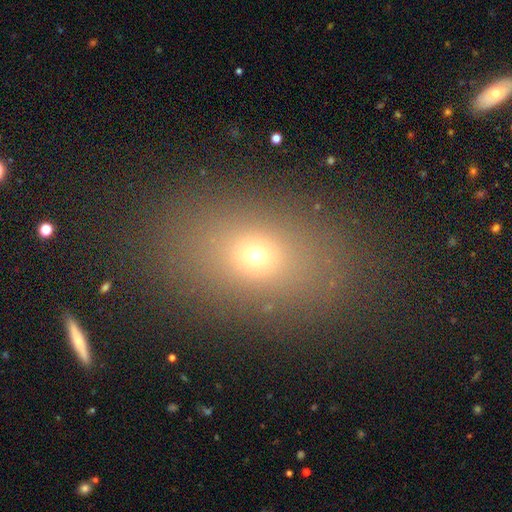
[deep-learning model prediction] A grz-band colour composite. It shows a smooth galaxy with no disk features (64%) that is in between round and cigar-shaped (69%). Merging: none (83%).